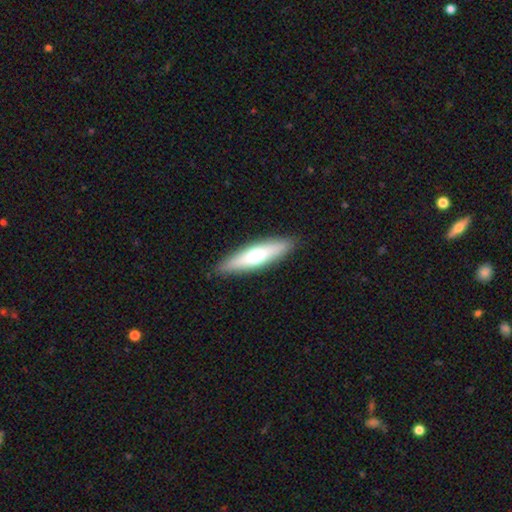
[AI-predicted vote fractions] Smooth or featured? Predicted: smooth (p=0.53). How rounded? Predicted: cigar-shaped (p=0.73). Merging? Predicted: none (p=0.89).